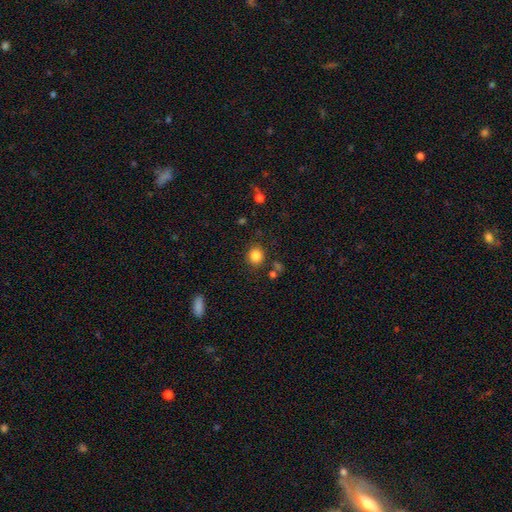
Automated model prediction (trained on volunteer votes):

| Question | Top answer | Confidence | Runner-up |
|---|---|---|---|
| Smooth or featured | smooth | 84% | star or artifact (11%) |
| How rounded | round | 80% | in between (20%) |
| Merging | none | 81% | minor disturbance (10%) |